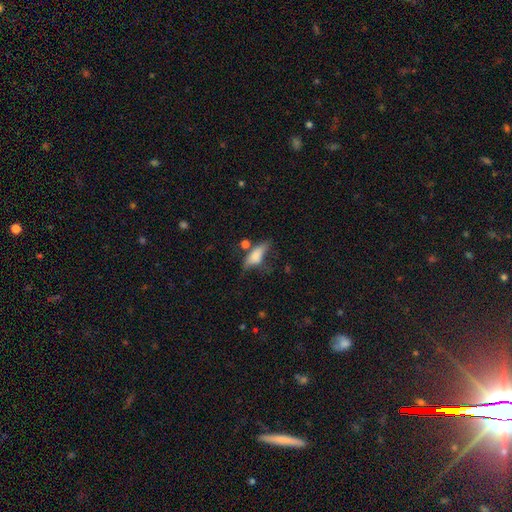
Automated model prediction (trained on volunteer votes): Overall: smooth (66%). How rounded: in between (63%; cigar-shaped 32%). Merging: none (39%; minor disturbance 28%).